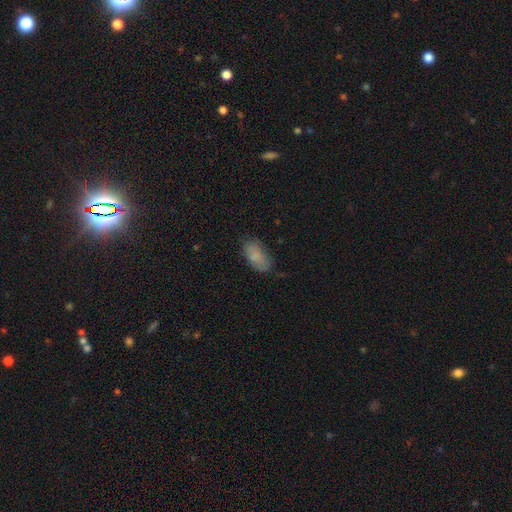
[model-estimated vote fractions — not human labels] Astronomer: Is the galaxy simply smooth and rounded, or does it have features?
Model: smooth — 78%.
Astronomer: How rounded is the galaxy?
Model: in between — 92%.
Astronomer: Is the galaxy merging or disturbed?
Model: none — 67%.